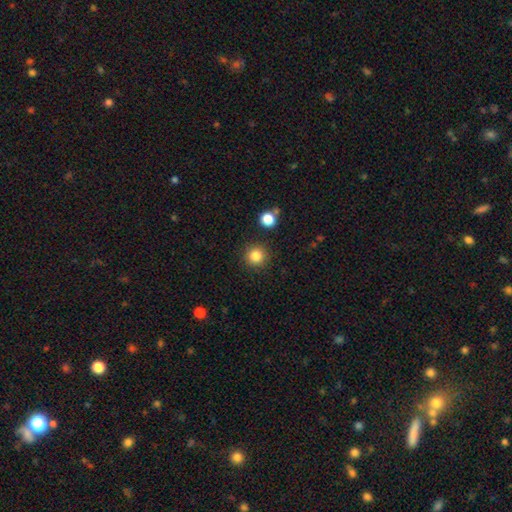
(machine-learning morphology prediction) The model was most divided on "smooth or featured": smooth: 84%, star or artifact: 11%, featured or disk: 5%. More confident: how rounded — round (94%); merging — none (90%).